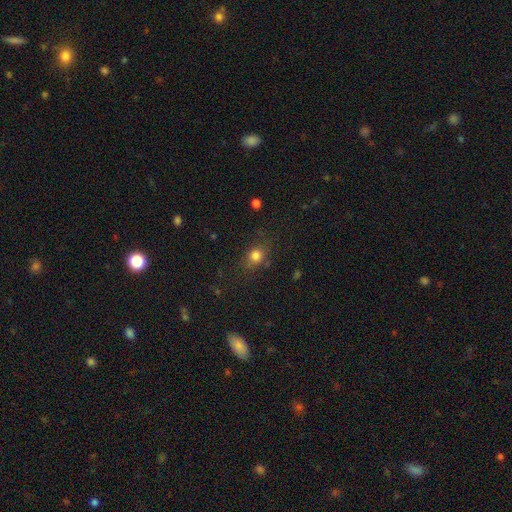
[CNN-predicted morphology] Overall: smooth (78%). How rounded: round (68%; in between 30%). Merging: none (74%).